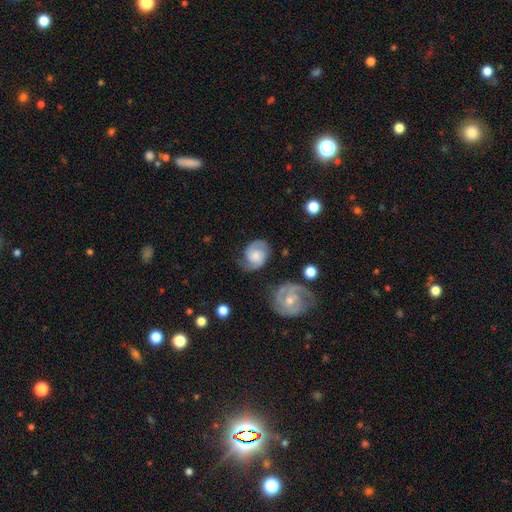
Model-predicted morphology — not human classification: Smooth or featured? Predicted: featured or disk (p=0.73). Edge-on disk? Predicted: no (p=0.98). Bar? Predicted: no (p=0.64). Spiral arms? Predicted: yes (p=0.96). Spiral winding? Predicted: medium (p=0.48). Spiral arm count? Predicted: 2 (p=0.84). Bulge size? Predicted: moderate (p=0.38). Merging? Predicted: none (p=0.65).